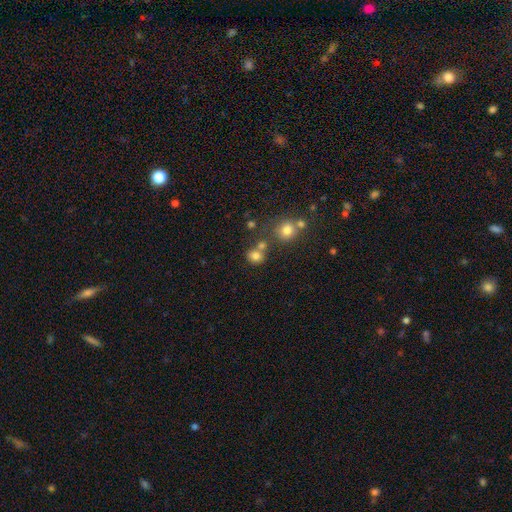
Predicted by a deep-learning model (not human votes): smooth 76%, star or artifact 15%, featured or disk 9%. Down the decision tree: how rounded — round (77%); merging — none (57%).